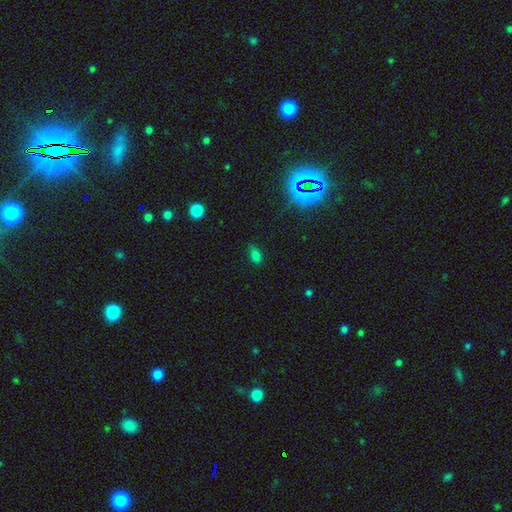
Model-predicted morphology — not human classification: A smooth galaxy with no disk features (74%) that is in between round and cigar-shaped (86%). Merging: none (76%).